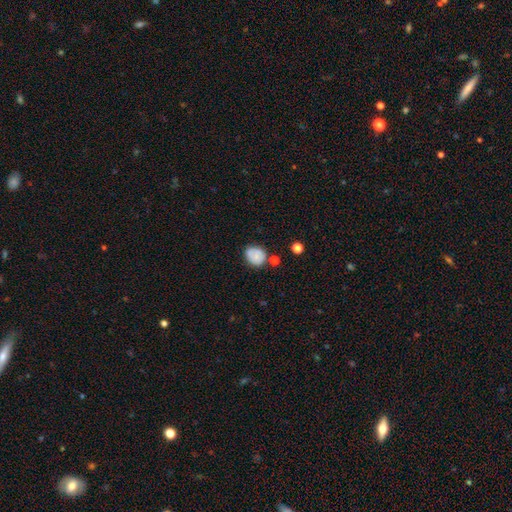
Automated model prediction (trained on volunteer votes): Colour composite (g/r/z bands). It shows a smooth galaxy with no disk features (74%) that is round (60%). Merging: none (64%).